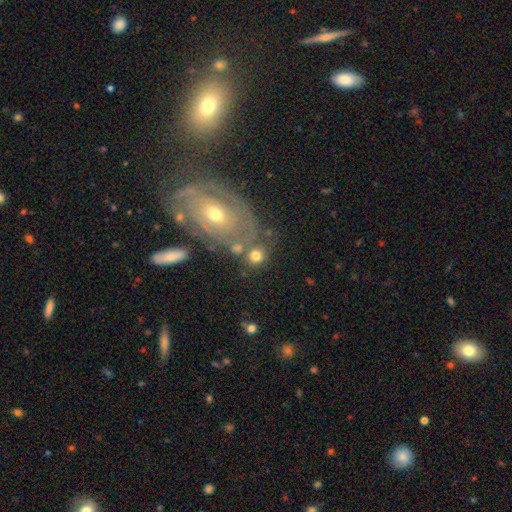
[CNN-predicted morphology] type=smooth (72%); roundness=round (79%); merging=none (61%).